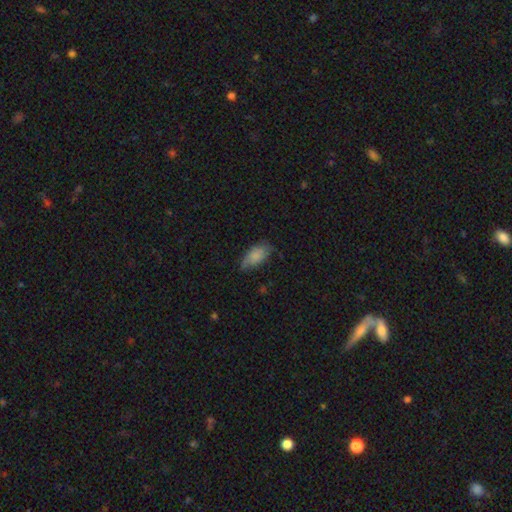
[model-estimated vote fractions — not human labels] smooth 80%, featured or disk 13%, star or artifact 7%. Down the decision tree: how rounded — in between (91%); merging — none (63%).